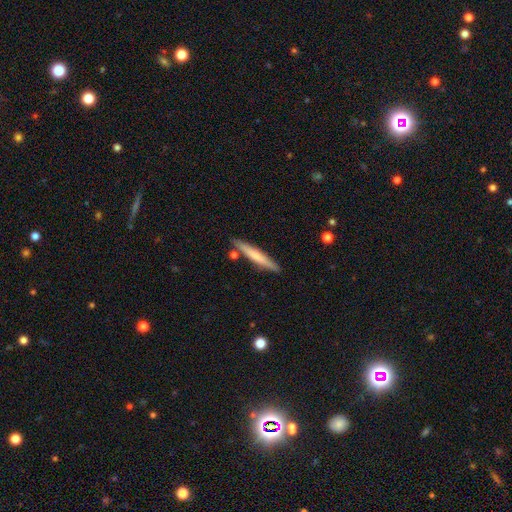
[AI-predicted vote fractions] Smooth or featured?
  - smooth: 60% *
  - featured or disk: 35%
  - star or artifact: 6%
How rounded?
  - cigar-shaped: 94% *
  - in between: 5%
  - round: 1%
Merging?
  - none: 85% *
  - minor disturbance: 9%
  - merger: 4%
  - major disturbance: 2%